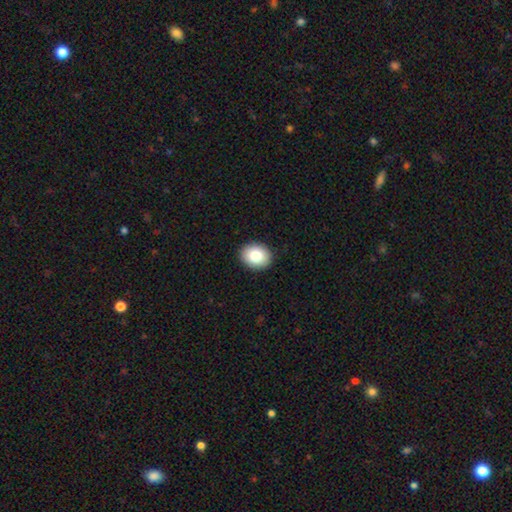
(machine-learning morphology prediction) Overall: smooth (83%). How rounded: round (50%; in between 49%). Merging: none (91%).